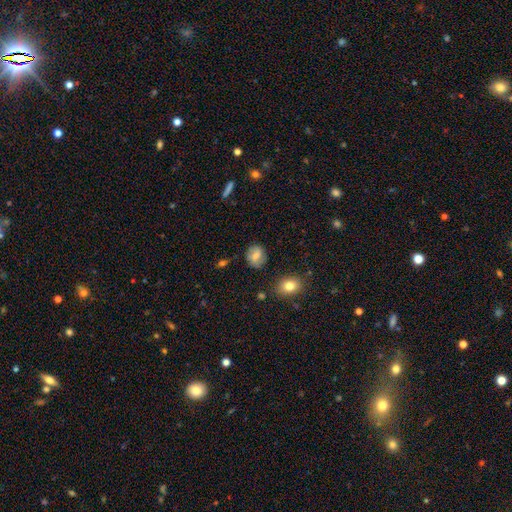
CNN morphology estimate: Overall: smooth (67%). How rounded: round (62%; in between 37%). Merging: none (81%).